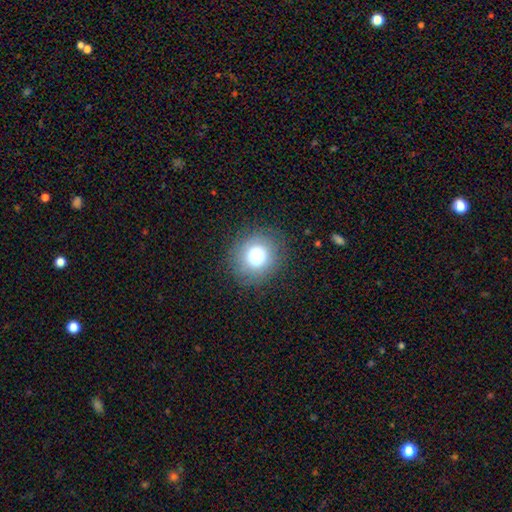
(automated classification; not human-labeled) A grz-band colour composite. It shows a smooth galaxy with no disk features (80%) that is round (84%). Merging: none (84%).